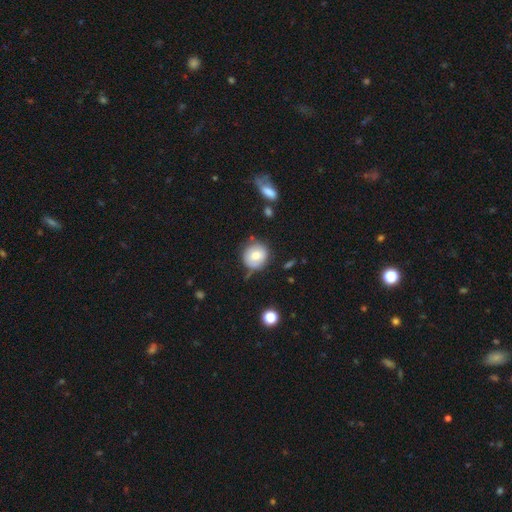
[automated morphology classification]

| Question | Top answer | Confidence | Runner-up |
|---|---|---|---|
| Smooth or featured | smooth | 71% | featured or disk (21%) |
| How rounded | round | 88% | in between (11%) |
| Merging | none | 69% | minor disturbance (21%) |